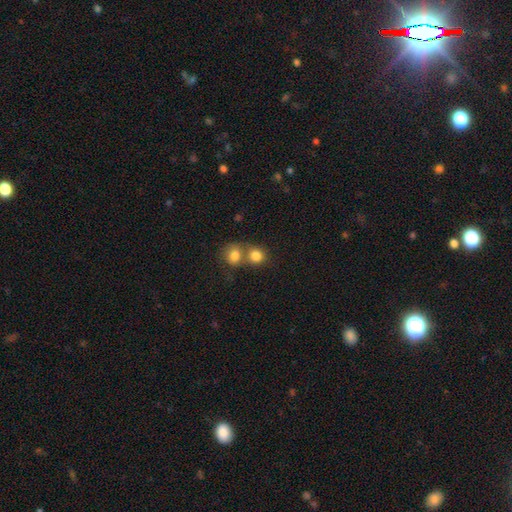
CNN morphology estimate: This is clearly a smooth galaxy (82%). How rounded: clearly round (82%). Merging: possibly merger (48%).